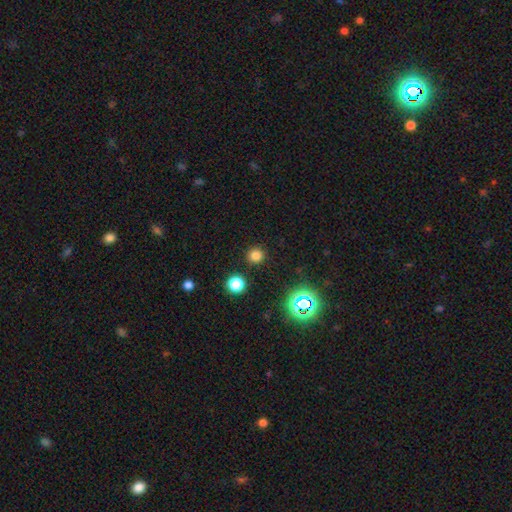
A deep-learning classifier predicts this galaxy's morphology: This is likely a smooth galaxy (77%). How rounded: clearly round (94%). Merging: clearly none (91%).